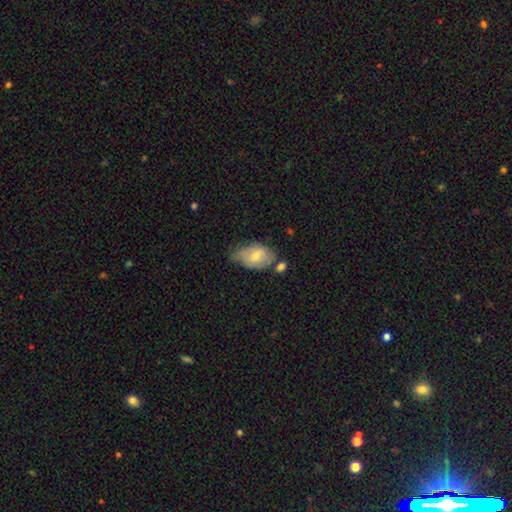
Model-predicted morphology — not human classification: Smooth or featured? Predicted: smooth (p=0.65). How rounded? Predicted: in between (p=0.88). Merging? Predicted: none (p=0.44).